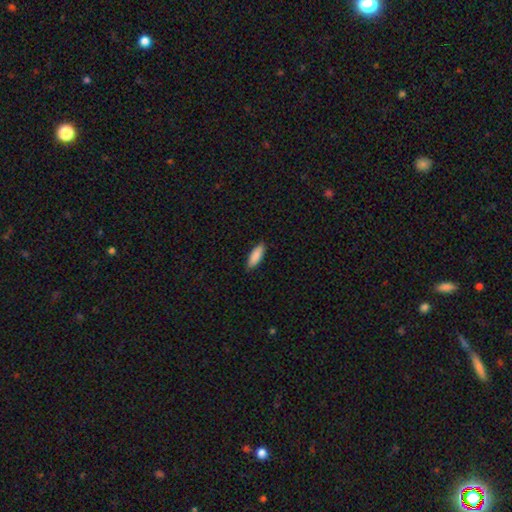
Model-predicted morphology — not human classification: Q: Smooth or featured?
A: smooth (89%); runner-up: star or artifact (6%)
Q: How rounded?
A: in between (64%); runner-up: cigar-shaped (35%)
Q: Merging?
A: none (88%); runner-up: minor disturbance (10%)